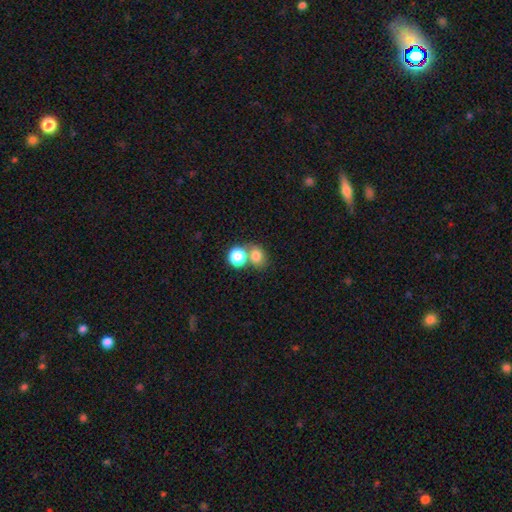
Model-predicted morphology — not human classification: smooth 77%, star or artifact 15%, featured or disk 9%. Down the decision tree: how rounded — round (63%); merging — none (52%).